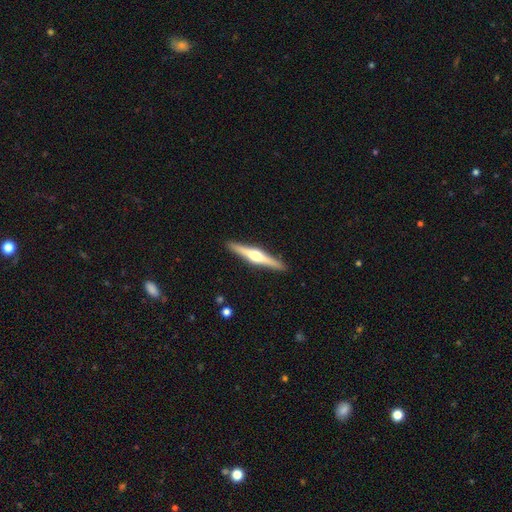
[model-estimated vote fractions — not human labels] Smooth or featured? Predicted: featured or disk (p=0.75). Edge-on disk? Predicted: yes (p=0.98). Edge-on bulge? Predicted: rounded (p=0.93). Merging? Predicted: none (p=0.91).